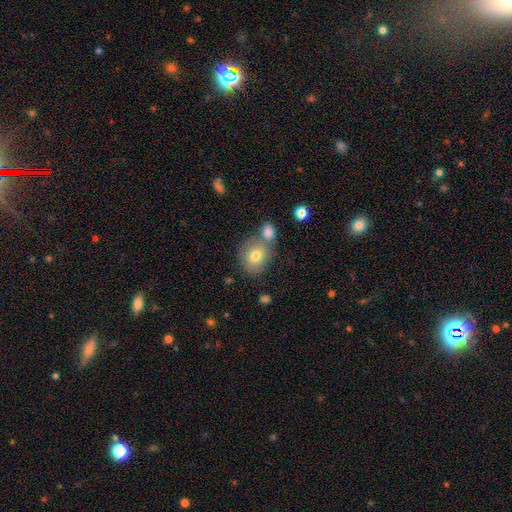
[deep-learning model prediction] A smooth galaxy with no disk features (75%) that is round (67%). Merging: none (52%).